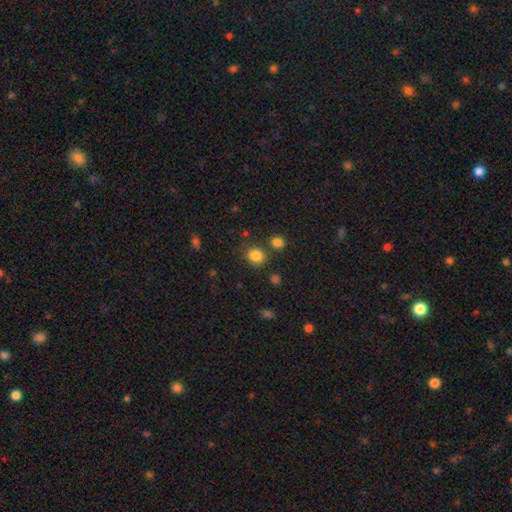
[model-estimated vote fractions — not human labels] Morphology: type=smooth (83%); roundness=round (82%); merging=none (79%).